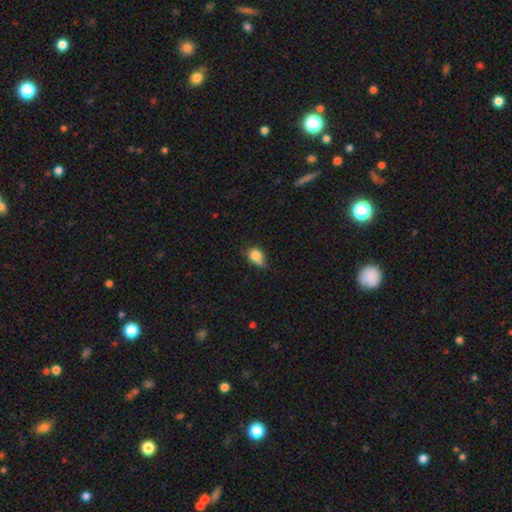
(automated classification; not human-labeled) Q: Smooth or featured?
A: smooth (81%); runner-up: star or artifact (10%)
Q: How rounded?
A: in between (57%); runner-up: round (41%)
Q: Merging?
A: minor disturbance (44%); runner-up: none (40%)